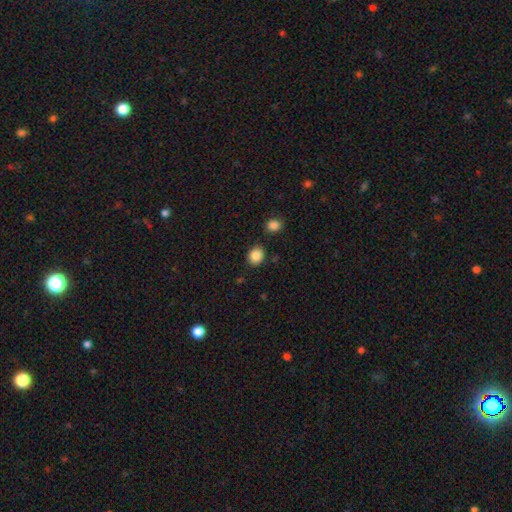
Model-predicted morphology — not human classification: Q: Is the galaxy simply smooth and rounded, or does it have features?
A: smooth — 87%.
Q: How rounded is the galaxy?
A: round — 68%.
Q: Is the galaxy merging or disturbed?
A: none — 85%.